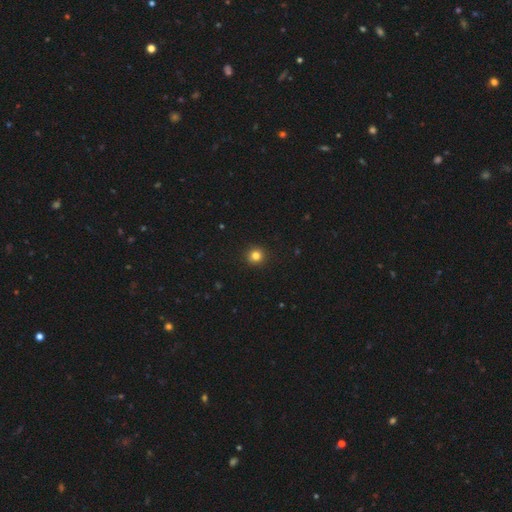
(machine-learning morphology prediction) Smooth or featured?
  - smooth: 82% *
  - star or artifact: 13%
  - featured or disk: 5%
How rounded?
  - round: 94% *
  - in between: 5%
  - cigar-shaped: 1%
Merging?
  - none: 93% *
  - minor disturbance: 5%
  - major disturbance: 2%
  - merger: 1%